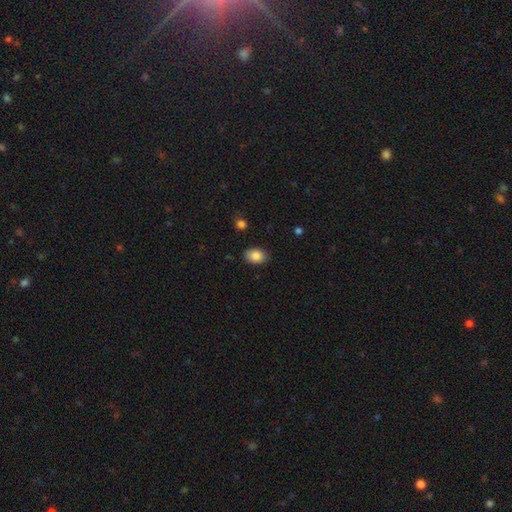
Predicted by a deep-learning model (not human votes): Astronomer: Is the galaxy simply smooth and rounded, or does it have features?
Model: smooth — 86%.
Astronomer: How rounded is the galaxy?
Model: in between — 78%.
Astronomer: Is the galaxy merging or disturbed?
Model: none — 85%.